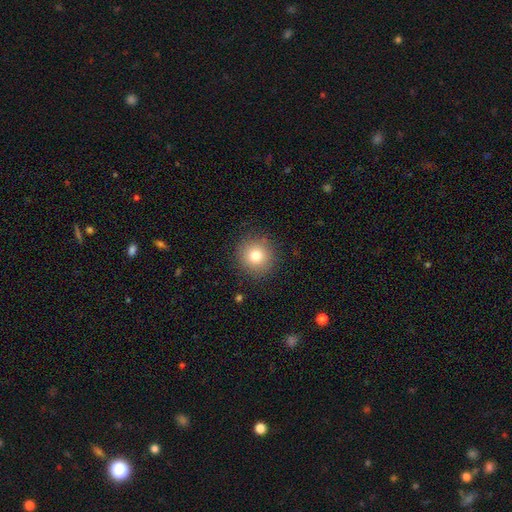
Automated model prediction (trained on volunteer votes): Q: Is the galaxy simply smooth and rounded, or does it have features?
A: smooth — 80%.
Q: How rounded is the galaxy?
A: round — 93%.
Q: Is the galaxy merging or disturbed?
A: none — 88%.